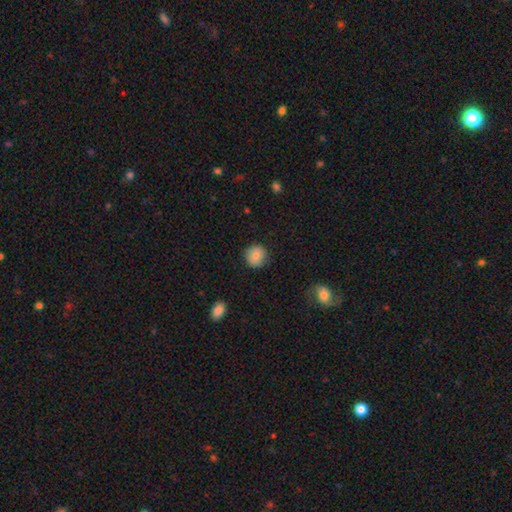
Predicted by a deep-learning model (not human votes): smooth 82%, featured or disk 10%, star or artifact 8%. Down the decision tree: how rounded — round (90%); merging — none (84%).